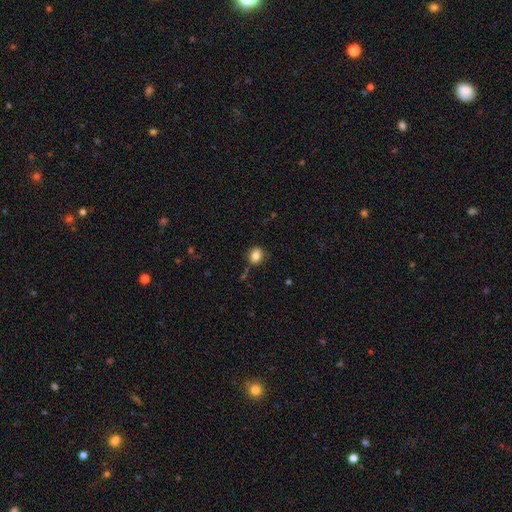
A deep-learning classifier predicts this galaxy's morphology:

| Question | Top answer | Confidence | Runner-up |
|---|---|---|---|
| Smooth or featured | smooth | 85% | star or artifact (10%) |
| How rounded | round | 58% | in between (40%) |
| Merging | none | 83% | minor disturbance (12%) |